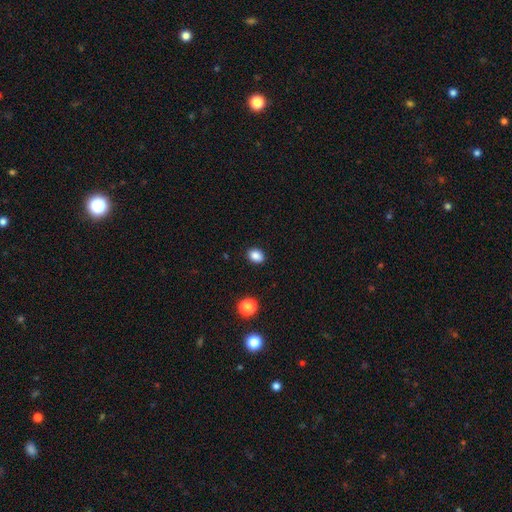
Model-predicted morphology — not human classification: A smooth galaxy with no disk features (86%) that is in between round and cigar-shaped (67%). Merging: none (89%).